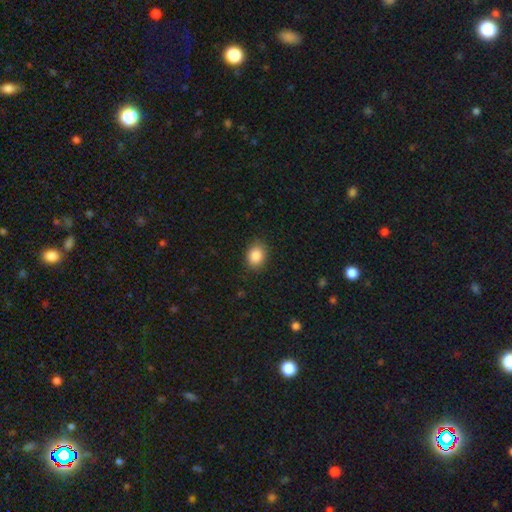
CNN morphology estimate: Q: Smooth or featured?
A: smooth (87%); runner-up: star or artifact (9%)
Q: How rounded?
A: in between (55%); runner-up: round (44%)
Q: Merging?
A: none (86%); runner-up: minor disturbance (10%)